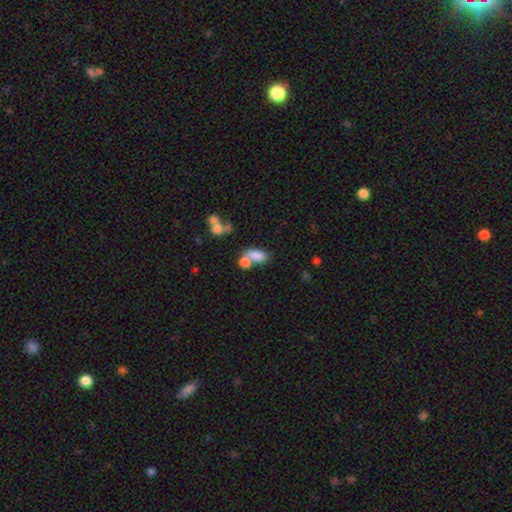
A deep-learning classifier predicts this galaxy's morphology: A smooth galaxy with no disk features (79%) that is in between round and cigar-shaped (87%).

Vote fractions:
- Smooth or featured? smooth: 79% / featured or disk: 11% / star or artifact: 10%
- How rounded? in between: 87% / round: 8% / cigar-shaped: 5%
- Merging? merger: 46% / none: 37% / minor disturbance: 11% / major disturbance: 6%